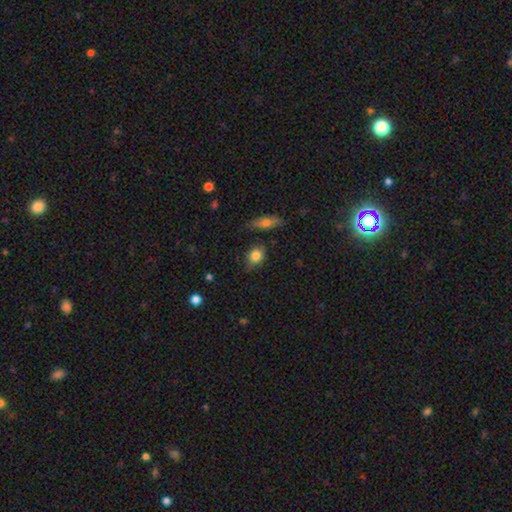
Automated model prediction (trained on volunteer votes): A smooth galaxy with no disk features (82%) that is in between round and cigar-shaped (56%).

Vote fractions:
- Smooth or featured? smooth: 82% / featured or disk: 9% / star or artifact: 9%
- How rounded? in between: 56% / round: 41% / cigar-shaped: 3%
- Merging? none: 74% / minor disturbance: 18% / merger: 4% / major disturbance: 4%